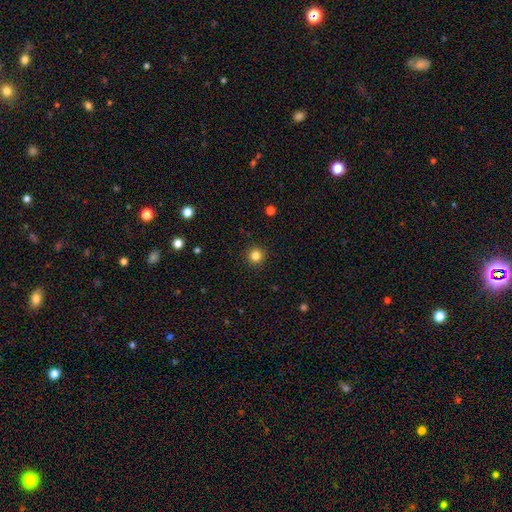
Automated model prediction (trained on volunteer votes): The model was most divided on "smooth or featured": smooth: 83%, star or artifact: 12%, featured or disk: 4%. More confident: how rounded — round (95%); merging — none (93%).